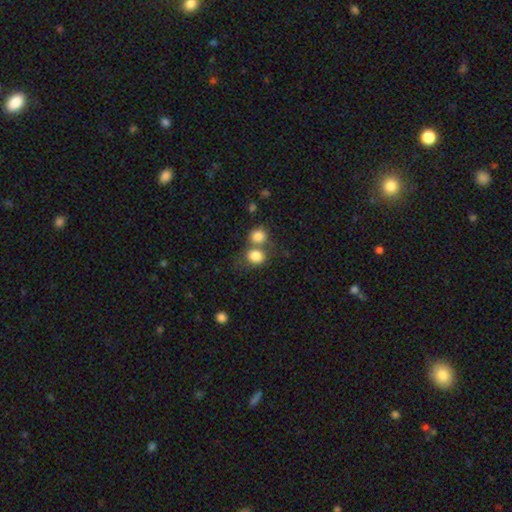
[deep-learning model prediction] smooth 82%, star or artifact 10%, featured or disk 8%. Down the decision tree: how rounded — round (68%); merging — none (45%).